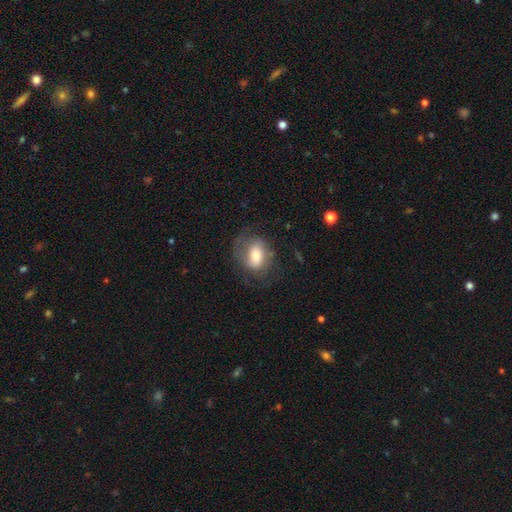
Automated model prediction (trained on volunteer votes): Smooth or featured?
  - smooth: 47% *
  - featured or disk: 44%
  - star or artifact: 9%
Merging?
  - none: 62% *
  - minor disturbance: 21%
  - major disturbance: 15%
  - merger: 2%